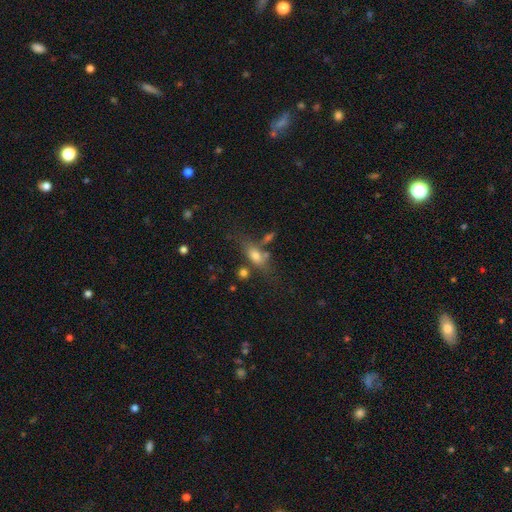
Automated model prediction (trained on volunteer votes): Smooth or featured: smooth — 60% (featured or disk — 27%)
How rounded: in between — 62% (cigar-shaped — 29%)
Merging: none — 58% (minor disturbance — 17%)